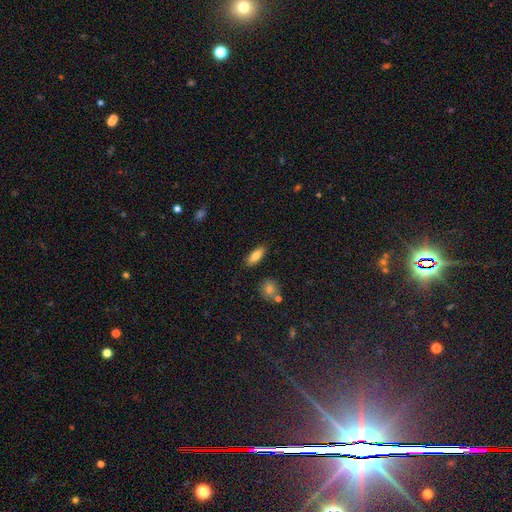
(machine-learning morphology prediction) Smooth or featured? smooth (80%)
How rounded? in between (74%)
Merging? none (86%)